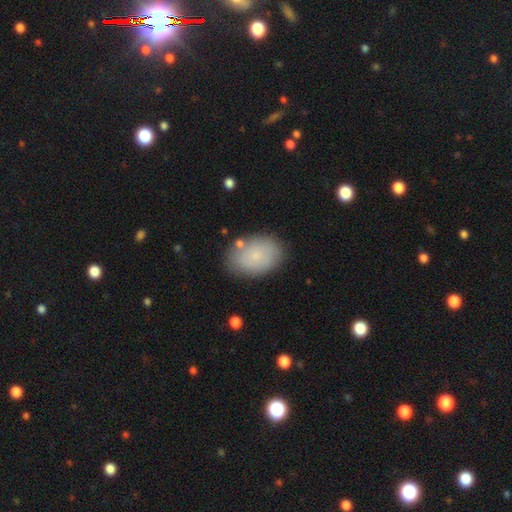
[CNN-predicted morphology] A smooth galaxy with no disk features (74%) that is in between round and cigar-shaped (86%).

Vote fractions:
- Smooth or featured? smooth: 74% / featured or disk: 18% / star or artifact: 7%
- How rounded? in between: 86% / round: 13% / cigar-shaped: 1%
- Merging? none: 80% / minor disturbance: 14% / major disturbance: 4% / merger: 3%